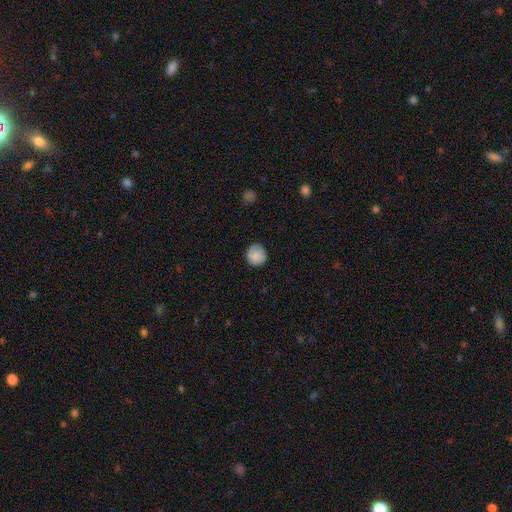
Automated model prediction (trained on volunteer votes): Smooth or featured? Predicted: smooth (p=0.85). How rounded? Predicted: round (p=0.90). Merging? Predicted: none (p=0.82).